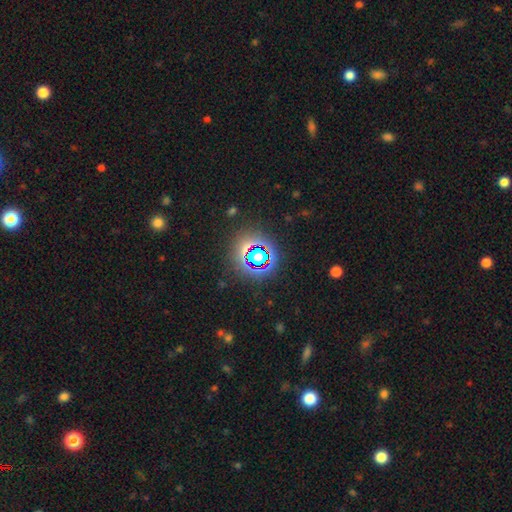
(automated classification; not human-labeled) The model was most divided on "smooth or featured": star or artifact: 66%, smooth: 24%, featured or disk: 10%.